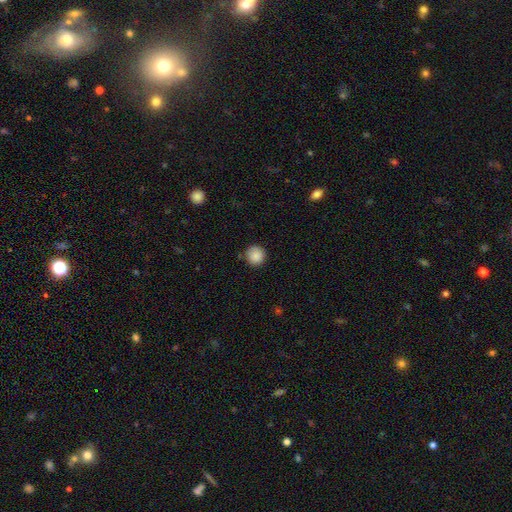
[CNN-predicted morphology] This appears to be a smooth galaxy with no disk features (88%) that is round (91%). Merging: none (84%).